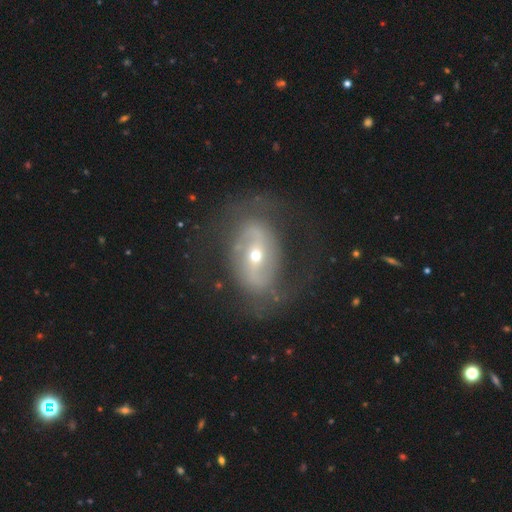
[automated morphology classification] Smooth or featured? featured or disk (79%)
Edge-on disk? no (95%)
Bar? strong (35%)
Spiral arms? yes (77%)
Spiral winding? medium (41%)
Spiral arm count? 2 (81%)
Bulge size? small (59%)
Merging? none (67%)